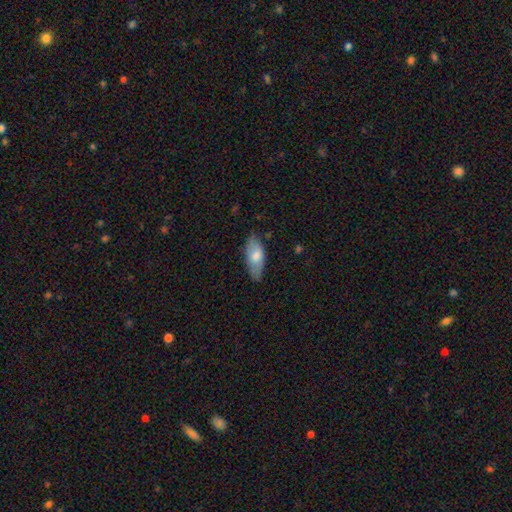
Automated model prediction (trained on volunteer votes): The model was most divided on "smooth or featured": smooth: 72%, featured or disk: 22%, star or artifact: 6%. More confident: how rounded — in between (84%); merging — none (76%).